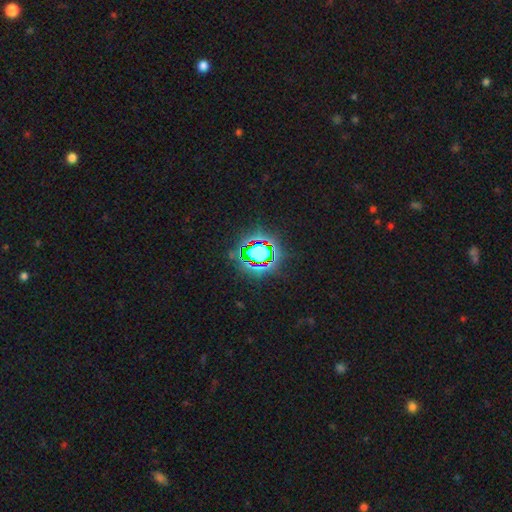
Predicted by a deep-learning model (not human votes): This is clearly a star or artifact rather than a galaxy (83%).